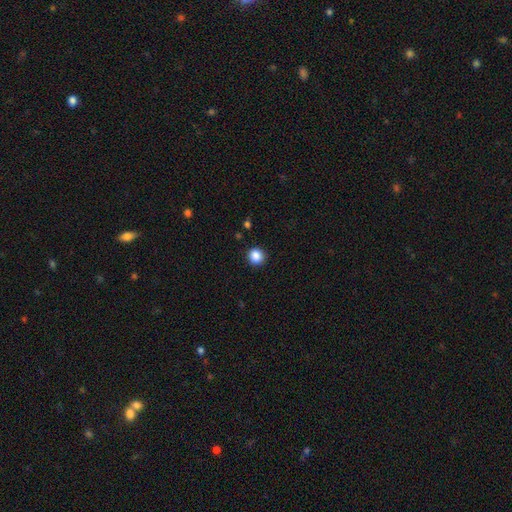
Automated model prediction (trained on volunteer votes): smooth_or_featured: smooth (p=0.87) [alt: star or artifact p=0.10]
how_rounded: round (p=0.92) [alt: in between p=0.07]
merging: none (p=0.91) [alt: minor disturbance p=0.06]